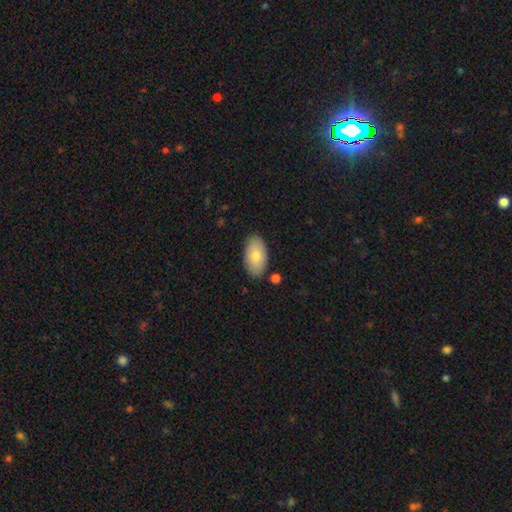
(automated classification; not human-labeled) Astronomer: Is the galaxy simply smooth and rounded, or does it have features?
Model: smooth — 77%.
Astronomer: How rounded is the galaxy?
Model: in between — 95%.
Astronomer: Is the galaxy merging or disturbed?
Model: none — 85%.